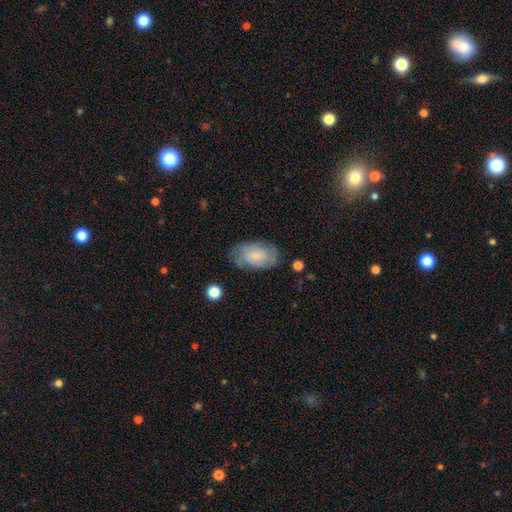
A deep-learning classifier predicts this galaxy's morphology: Overall: smooth (51%; featured or disk 41%). How rounded: in between (92%). Merging: none (71%).